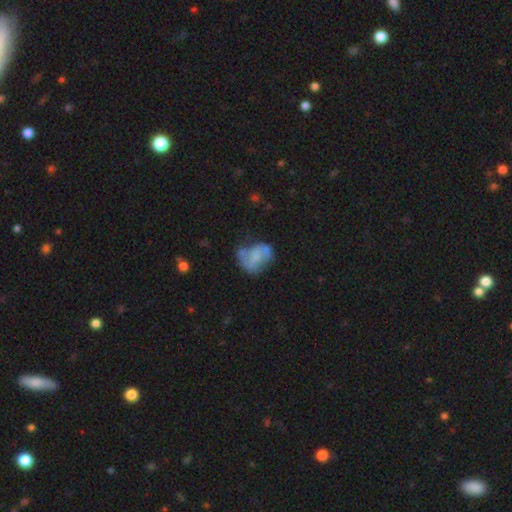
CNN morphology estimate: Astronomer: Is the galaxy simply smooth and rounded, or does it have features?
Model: featured or disk — 48% (runner-up: smooth, 43%).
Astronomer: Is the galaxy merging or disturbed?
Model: none — 36% (runner-up: minor disturbance, 26%).